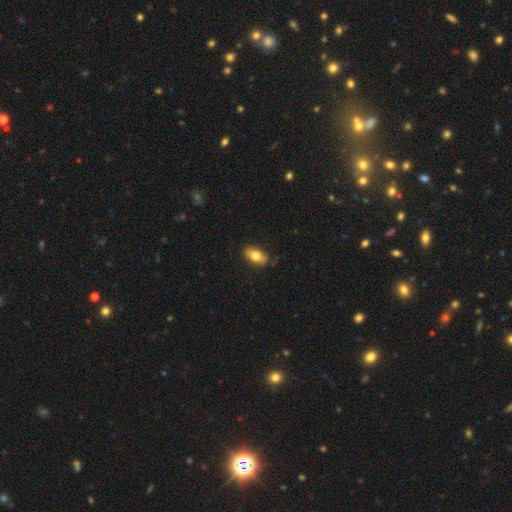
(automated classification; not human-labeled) Smooth or featured? smooth (78%)
How rounded? in between (89%)
Merging? none (83%)